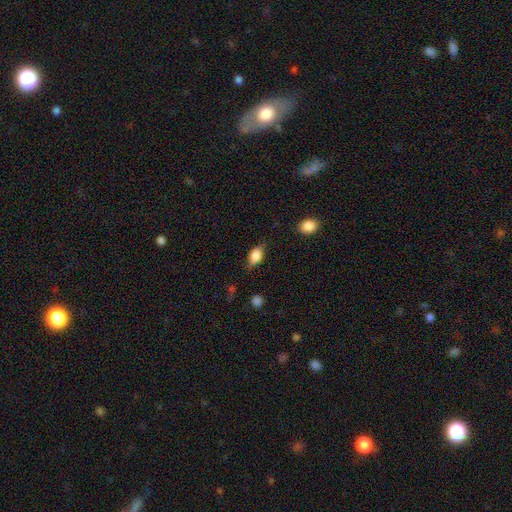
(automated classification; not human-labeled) Overall: smooth (79%). How rounded: in between (81%). Merging: none (69%).